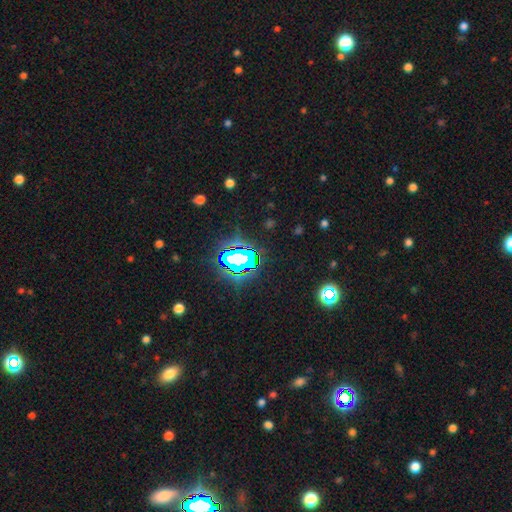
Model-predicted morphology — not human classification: smooth-or-featured: star or artifact: 83% | smooth: 10% | featured or disk: 7%